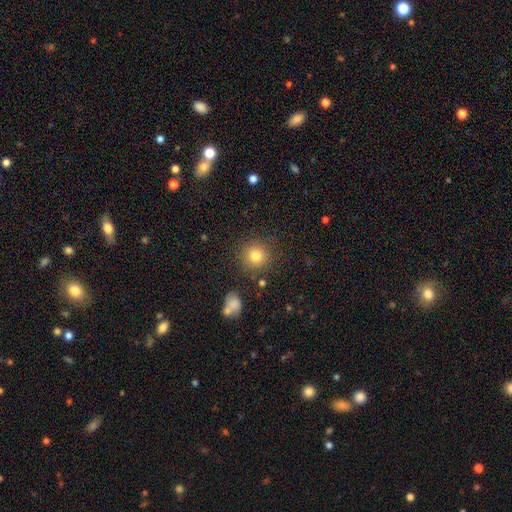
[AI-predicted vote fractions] This is clearly a smooth galaxy (81%). How rounded: clearly round (92%). Merging: clearly none (85%).